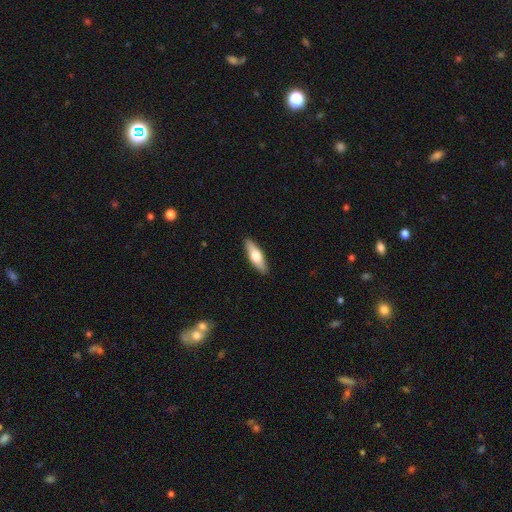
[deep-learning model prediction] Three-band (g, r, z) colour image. It shows a smooth galaxy with no disk features (60%) that is cigar-shaped (53%). Merging: none (90%).